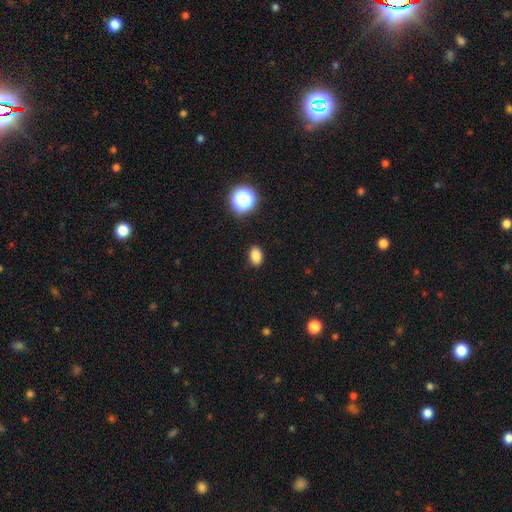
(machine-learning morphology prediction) smooth 84%, star or artifact 12%, featured or disk 4%. Down the decision tree: how rounded — in between (78%); merging — none (89%).